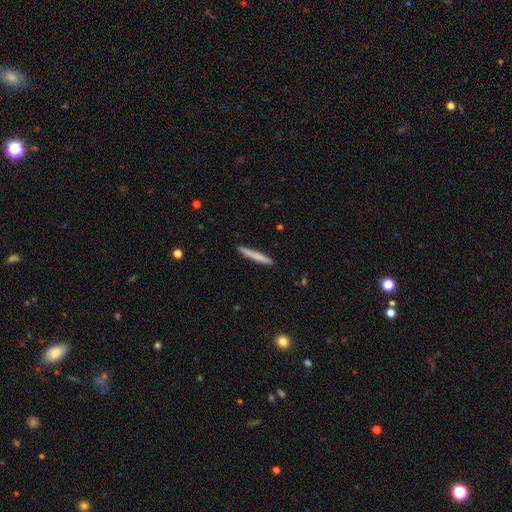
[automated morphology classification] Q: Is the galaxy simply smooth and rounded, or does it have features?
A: smooth — 73%.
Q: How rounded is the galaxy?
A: cigar-shaped — 96%.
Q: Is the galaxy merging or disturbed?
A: none — 91%.